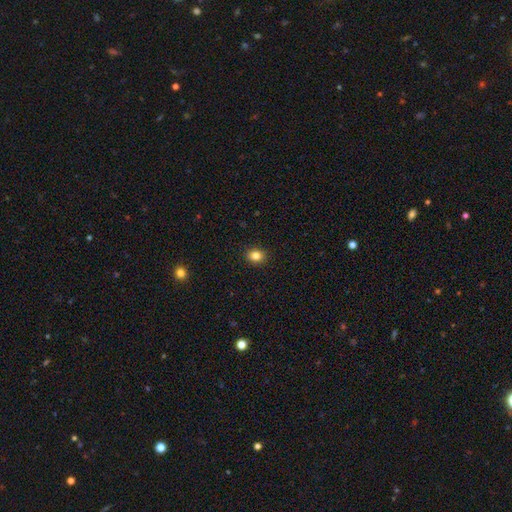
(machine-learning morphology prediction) Q: Smooth or featured?
A: smooth (83%); runner-up: star or artifact (11%)
Q: How rounded?
A: round (58%); runner-up: in between (41%)
Q: Merging?
A: none (91%); runner-up: minor disturbance (7%)